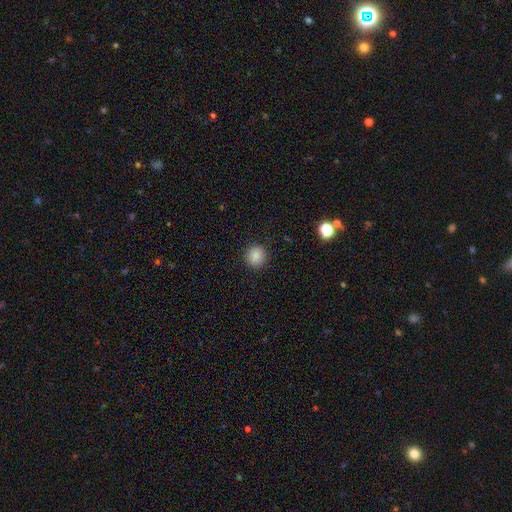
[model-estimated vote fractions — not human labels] Smooth or featured? smooth (87%)
How rounded? round (92%)
Merging? none (91%)